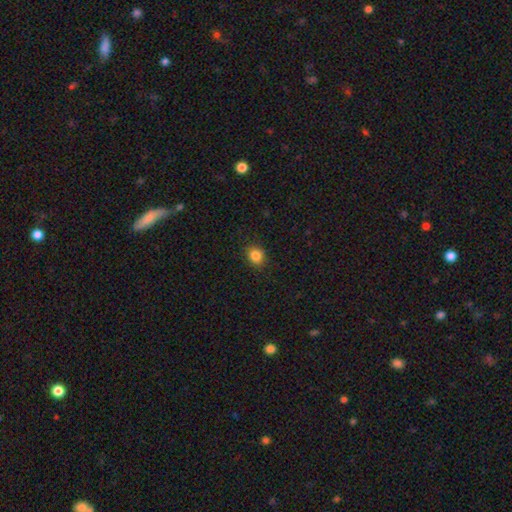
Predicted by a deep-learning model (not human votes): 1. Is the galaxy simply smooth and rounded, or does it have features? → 85% smooth, 11% star or artifact, 4% featured or disk.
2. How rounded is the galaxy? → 66% round, 33% in between, 1% cigar-shaped.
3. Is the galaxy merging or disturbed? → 89% none, 8% minor disturbance, 2% major disturbance, 1% merger.